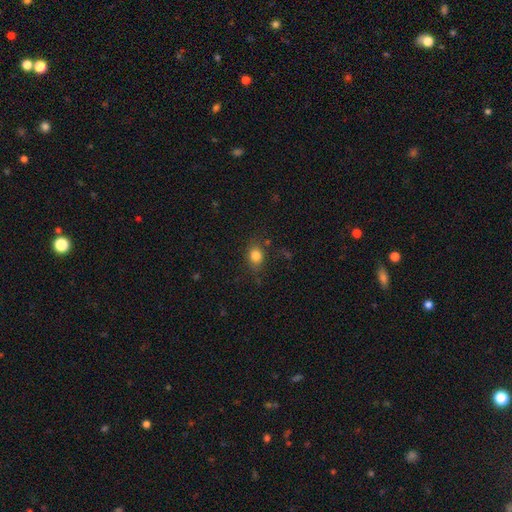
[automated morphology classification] Smooth or featured?
  - smooth: 81% *
  - star or artifact: 12%
  - featured or disk: 8%
How rounded?
  - in between: 51% *
  - round: 47%
  - cigar-shaped: 2%
Merging?
  - none: 76% *
  - minor disturbance: 16%
  - major disturbance: 5%
  - merger: 2%